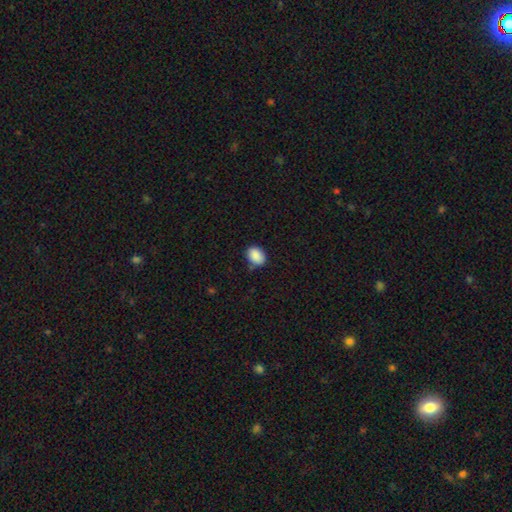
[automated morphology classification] type=smooth (89%); roundness=in between (72%); merging=none (80%).